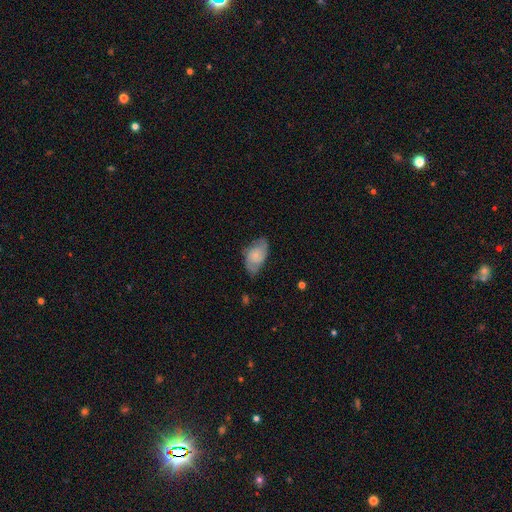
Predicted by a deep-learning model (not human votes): Smooth or featured: featured or disk — 51% (smooth — 42%)
Edge-on disk: no — 95% (yes — 5%)
Merging: none — 59% (minor disturbance — 29%)